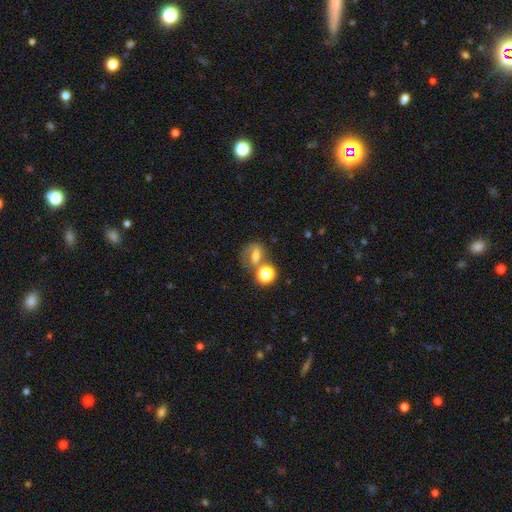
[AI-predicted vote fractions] A smooth galaxy with no disk features (55%) that is in between round and cigar-shaped (53%).

Vote fractions:
- Smooth or featured? smooth: 55% / featured or disk: 25% / star or artifact: 20%
- How rounded? in between: 53% / round: 43% / cigar-shaped: 4%
- Merging? none: 42% / merger: 31% / minor disturbance: 15% / major disturbance: 12%